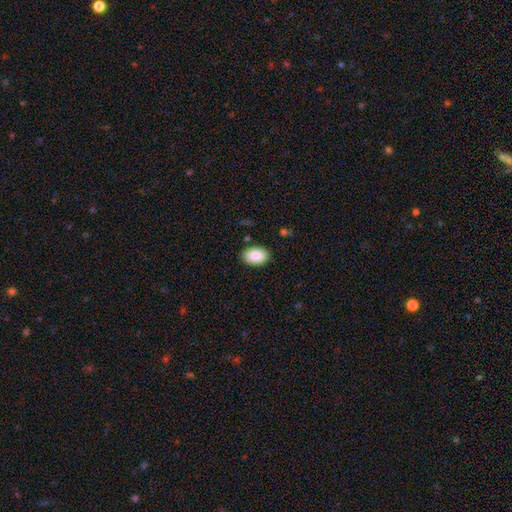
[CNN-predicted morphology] Smooth or featured? smooth (87%)
How rounded? in between (85%)
Merging? none (88%)